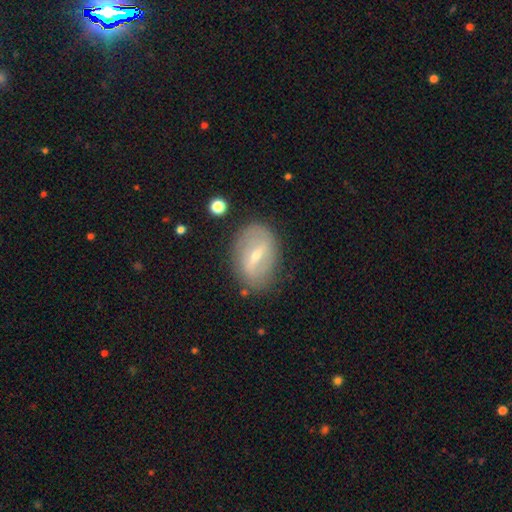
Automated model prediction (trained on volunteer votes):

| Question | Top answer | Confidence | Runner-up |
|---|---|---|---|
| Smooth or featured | featured or disk | 63% | smooth (30%) |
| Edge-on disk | no | 89% | yes (11%) |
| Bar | strong | 51% | weak (39%) |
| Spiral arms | no | 56% | yes (44%) |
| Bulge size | small | 52% | moderate (42%) |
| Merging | none | 77% | minor disturbance (16%) |